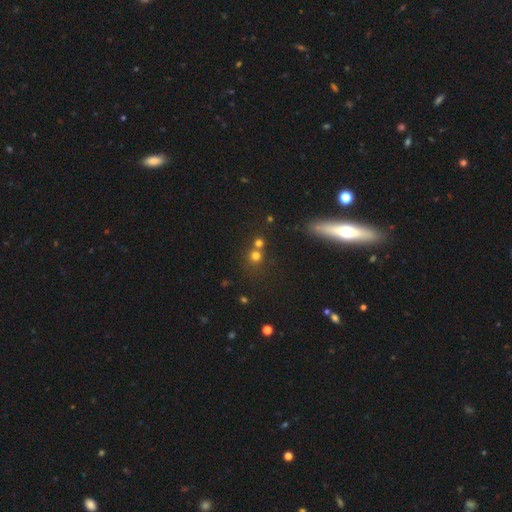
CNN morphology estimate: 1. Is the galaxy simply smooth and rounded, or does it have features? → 70% smooth, 21% star or artifact, 10% featured or disk.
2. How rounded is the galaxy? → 88% round, 11% in between, 1% cigar-shaped.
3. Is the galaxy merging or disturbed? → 53% none, 36% merger, 7% minor disturbance, 4% major disturbance.